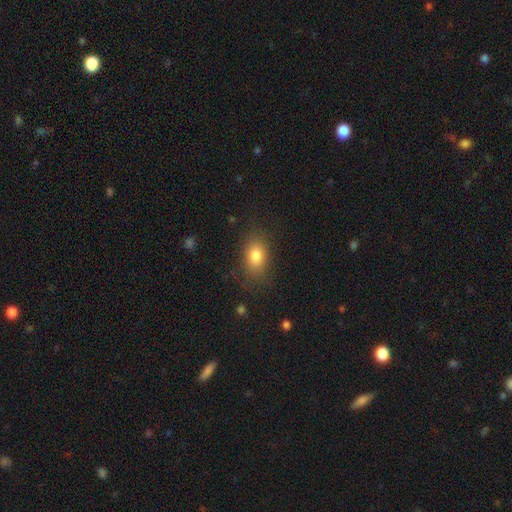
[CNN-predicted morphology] Smooth or featured: smooth — 81% (star or artifact — 10%)
How rounded: in between — 82% (round — 16%)
Merging: none — 79% (minor disturbance — 14%)